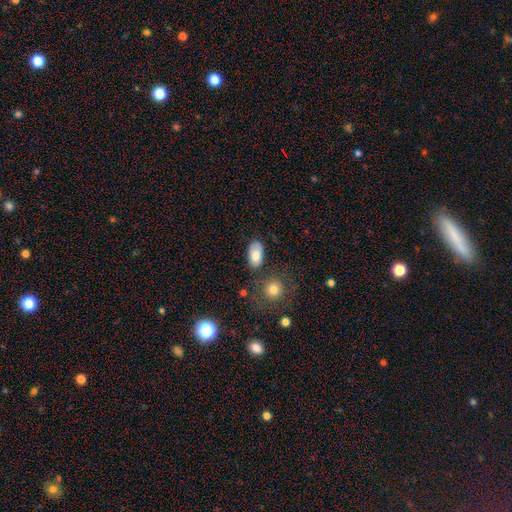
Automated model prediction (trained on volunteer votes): smooth 79%, featured or disk 14%, star or artifact 7%. Down the decision tree: how rounded — in between (93%); merging — none (70%).